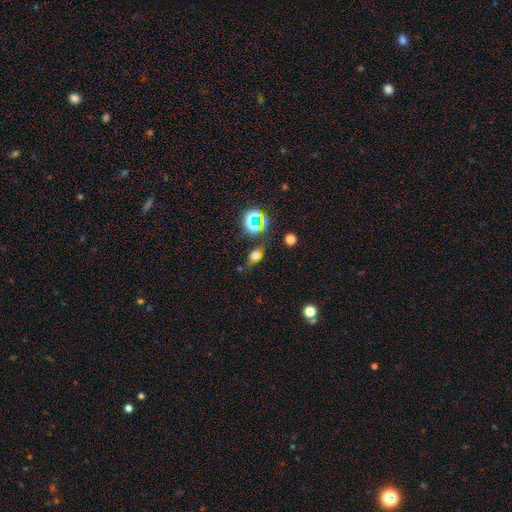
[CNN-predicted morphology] A smooth galaxy with no disk features (61%) that is in between round and cigar-shaped (72%).

Vote fractions:
- Smooth or featured? smooth: 61% / star or artifact: 29% / featured or disk: 10%
- How rounded? in between: 72% / round: 25% / cigar-shaped: 3%
- Merging? none: 67% / minor disturbance: 18% / major disturbance: 8% / merger: 7%